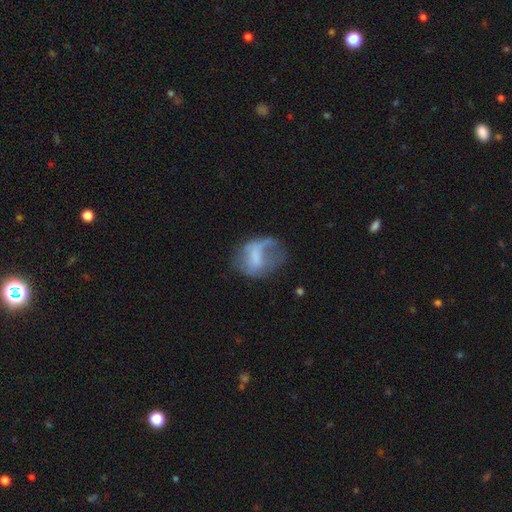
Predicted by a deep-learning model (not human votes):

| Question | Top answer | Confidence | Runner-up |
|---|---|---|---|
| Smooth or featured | smooth | 48% | featured or disk (41%) |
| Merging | major disturbance | 41% | none (30%) |